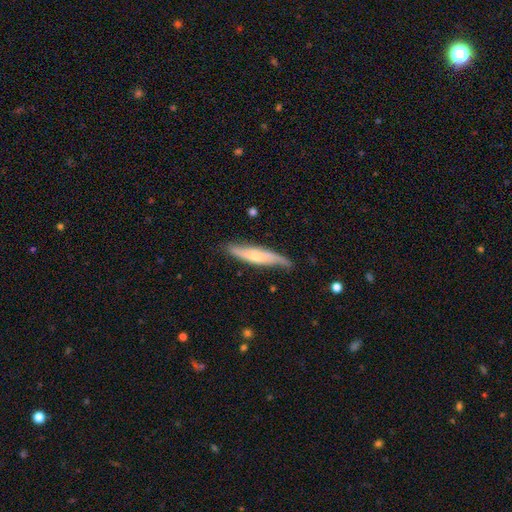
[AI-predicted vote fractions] Morphology: type=smooth (47%, tied with featured or disk); merging=none (71%).